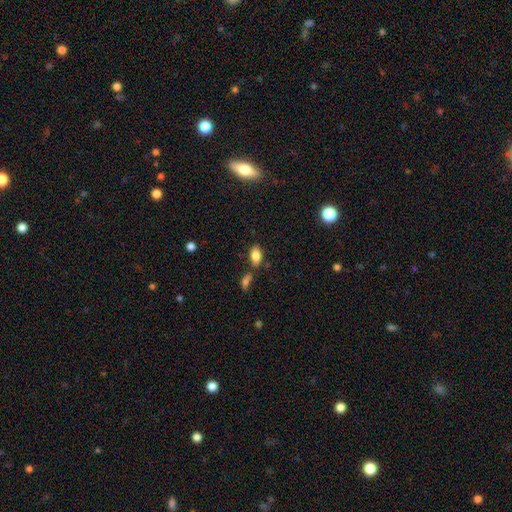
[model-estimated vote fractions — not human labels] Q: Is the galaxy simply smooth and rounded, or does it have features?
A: smooth — 82%.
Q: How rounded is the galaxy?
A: in between — 90%.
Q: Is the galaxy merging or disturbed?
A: none — 70%.